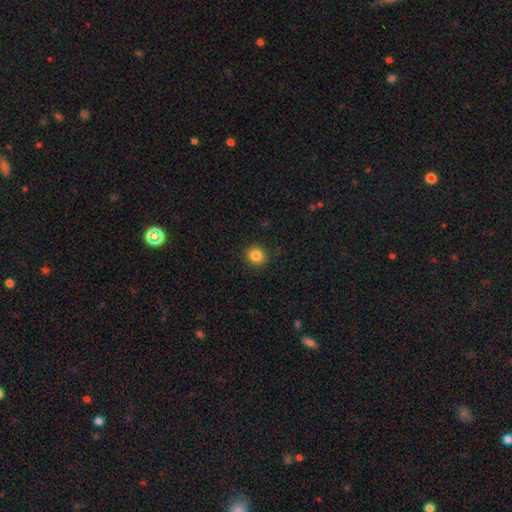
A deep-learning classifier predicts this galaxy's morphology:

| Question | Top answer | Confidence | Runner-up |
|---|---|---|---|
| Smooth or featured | smooth | 84% | star or artifact (11%) |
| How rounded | round | 84% | in between (16%) |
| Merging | none | 91% | minor disturbance (6%) |